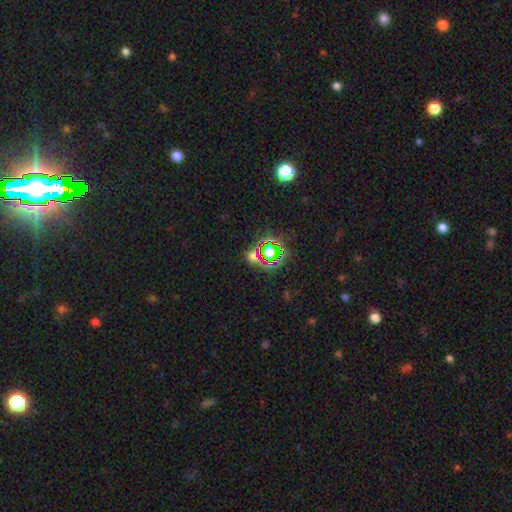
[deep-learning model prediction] Smooth or featured?
  - star or artifact: 71% *
  - smooth: 20%
  - featured or disk: 9%